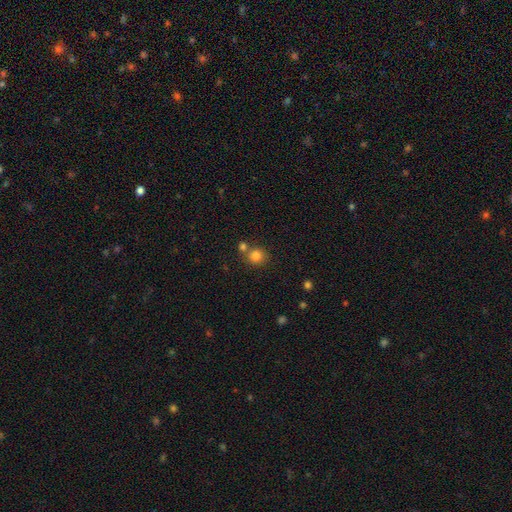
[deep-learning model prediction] This appears to be a smooth galaxy with no disk features (82%) that is round (86%). Merging: none (63%).